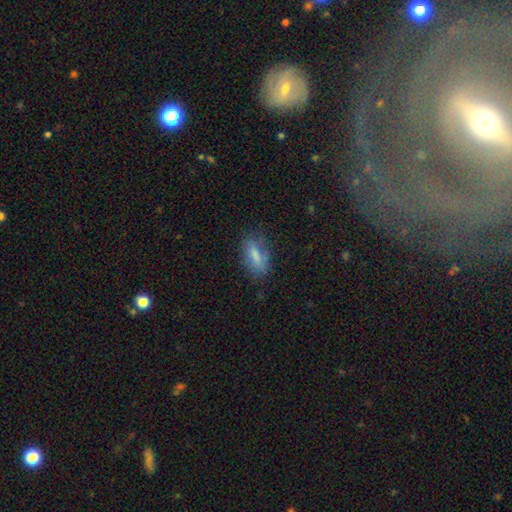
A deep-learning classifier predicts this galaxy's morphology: Q: Smooth or featured?
A: smooth (73%); runner-up: featured or disk (18%)
Q: How rounded?
A: in between (71%); runner-up: cigar-shaped (25%)
Q: Merging?
A: none (70%); runner-up: minor disturbance (21%)